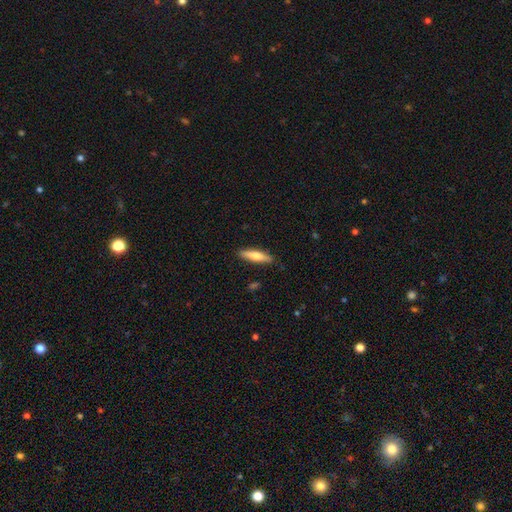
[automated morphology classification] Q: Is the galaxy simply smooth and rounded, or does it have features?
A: smooth — 63%.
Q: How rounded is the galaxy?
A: cigar-shaped — 76%.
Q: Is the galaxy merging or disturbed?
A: none — 86%.